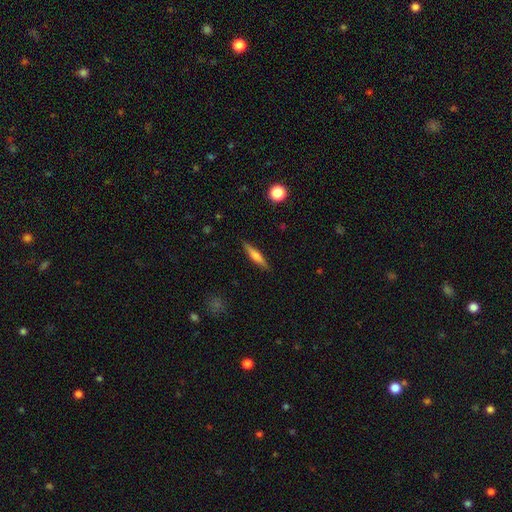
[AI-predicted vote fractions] This appears to be a smooth galaxy with no disk features (53%) that is cigar-shaped (87%). Merging: none (89%).